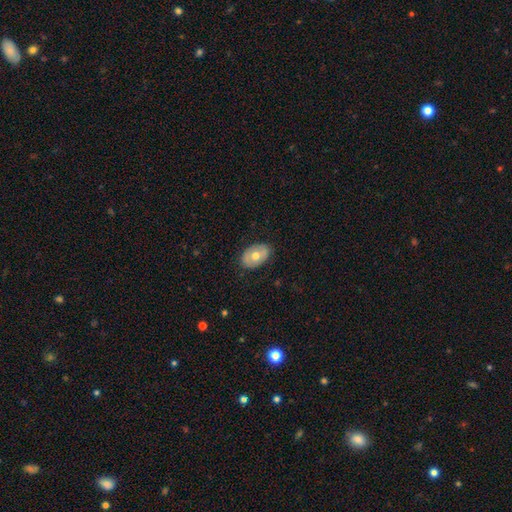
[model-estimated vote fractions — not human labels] This is possibly a smooth galaxy (58%). How rounded: clearly in between (82%). Merging: clearly none (83%).